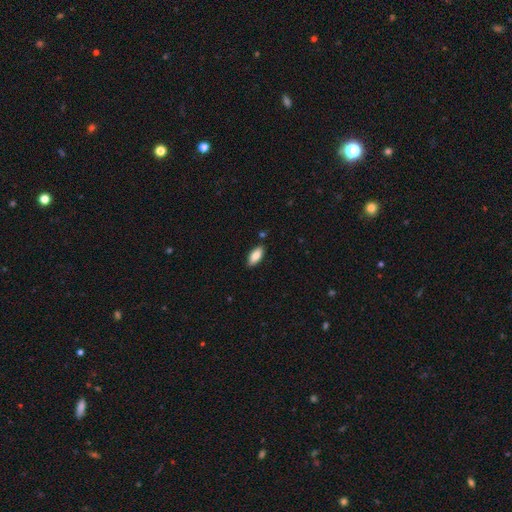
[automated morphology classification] smooth 84%, featured or disk 10%, star or artifact 6%. Down the decision tree: how rounded — in between (83%); merging — none (86%).